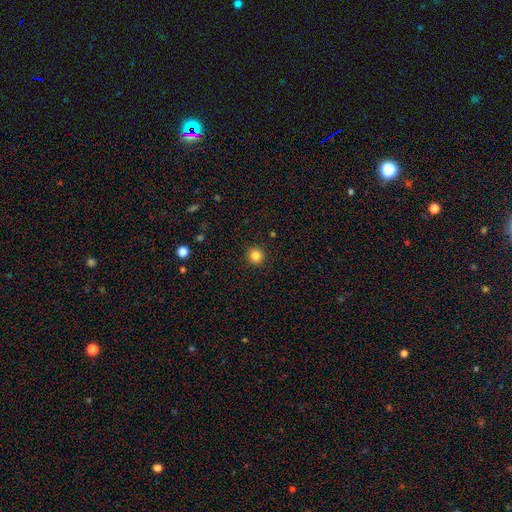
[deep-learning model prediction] Q: Smooth or featured?
A: smooth (84%); runner-up: star or artifact (12%)
Q: How rounded?
A: round (94%); runner-up: in between (5%)
Q: Merging?
A: none (93%); runner-up: minor disturbance (5%)